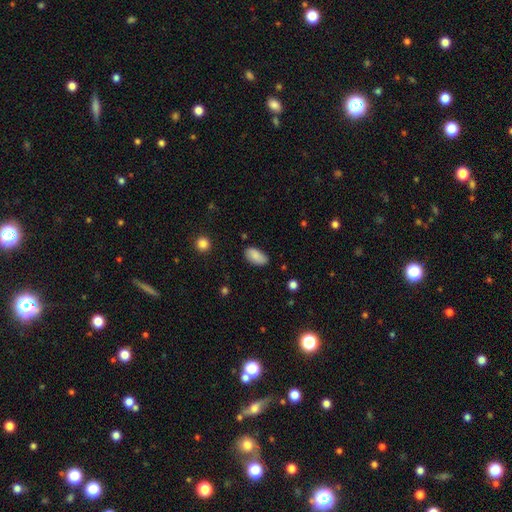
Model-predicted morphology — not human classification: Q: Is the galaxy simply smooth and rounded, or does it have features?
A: smooth — 87%.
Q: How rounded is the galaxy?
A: in between — 94%.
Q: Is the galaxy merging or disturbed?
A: none — 79%.